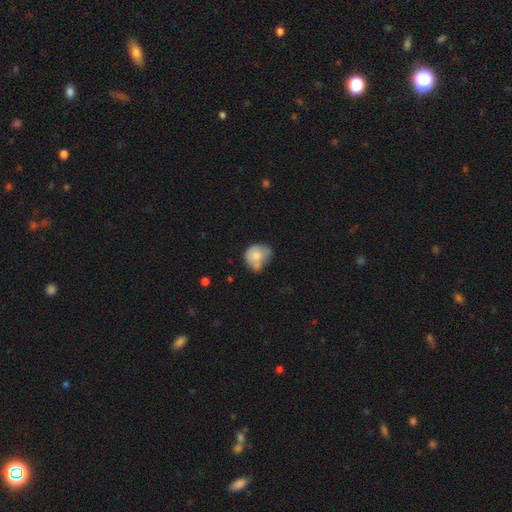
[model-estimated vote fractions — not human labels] Overall: smooth (74%). How rounded: round (62%; in between 37%). Merging: none (33%; minor disturbance 32%).